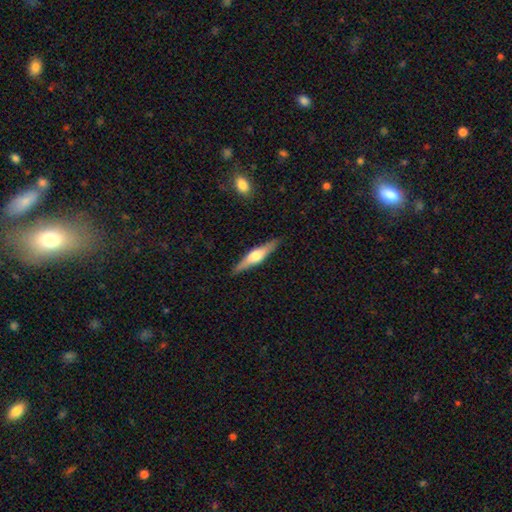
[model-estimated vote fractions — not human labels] Smooth or featured?
  - featured or disk: 63% *
  - smooth: 32%
  - star or artifact: 5%
Edge-on disk?
  - yes: 96% *
  - no: 4%
Edge-on bulge?
  - rounded: 88% *
  - boxy: 9%
  - none: 3%
Merging?
  - none: 89% *
  - minor disturbance: 8%
  - major disturbance: 2%
  - merger: 1%